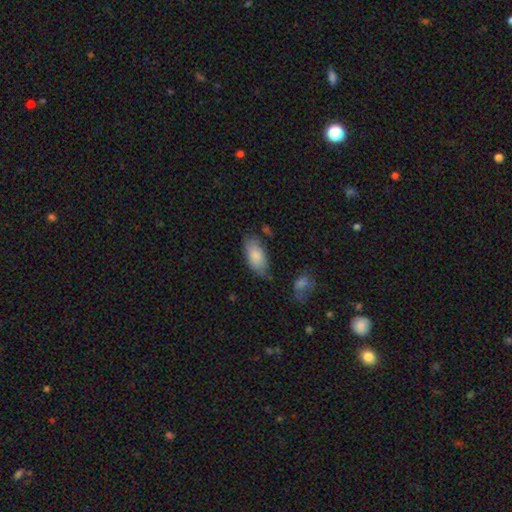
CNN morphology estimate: A smooth galaxy with no disk features (84%) that is in between round and cigar-shaped (92%).

Vote fractions:
- Smooth or featured? smooth: 84% / featured or disk: 10% / star or artifact: 6%
- How rounded? in between: 92% / cigar-shaped: 6% / round: 2%
- Merging? none: 67% / minor disturbance: 23% / major disturbance: 5% / merger: 5%